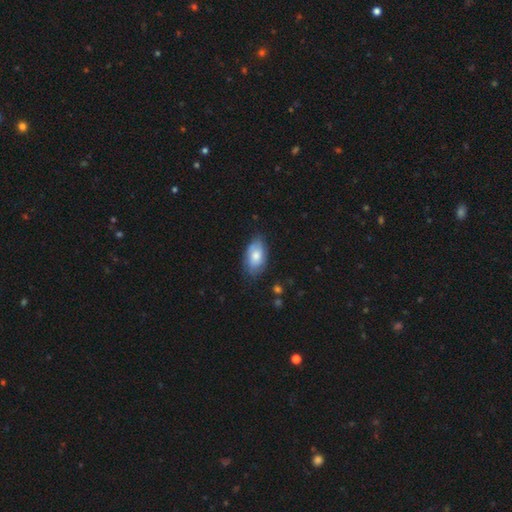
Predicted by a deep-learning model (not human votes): A smooth galaxy with no disk features (64%) that is in between round and cigar-shaped (92%). Merging: none (70%).